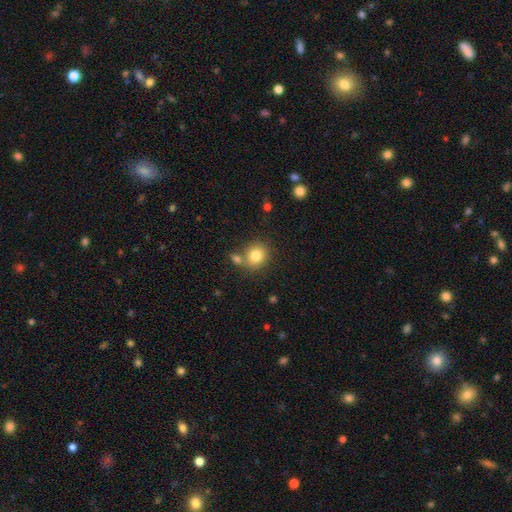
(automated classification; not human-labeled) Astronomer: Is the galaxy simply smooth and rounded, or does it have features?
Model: smooth — 81%.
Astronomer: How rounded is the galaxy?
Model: round — 77%.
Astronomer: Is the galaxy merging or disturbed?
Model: none — 65%.